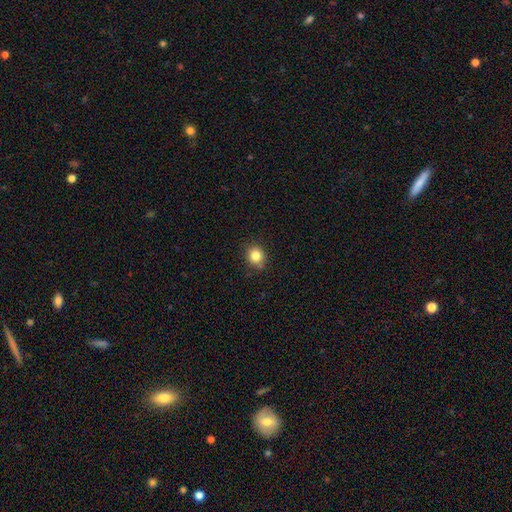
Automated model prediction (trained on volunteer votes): A smooth galaxy with no disk features (82%) that is round (83%).

Vote fractions:
- Smooth or featured? smooth: 82% / star or artifact: 12% / featured or disk: 6%
- How rounded? round: 83% / in between: 16% / cigar-shaped: 1%
- Merging? none: 84% / minor disturbance: 11% / merger: 2% / major disturbance: 2%